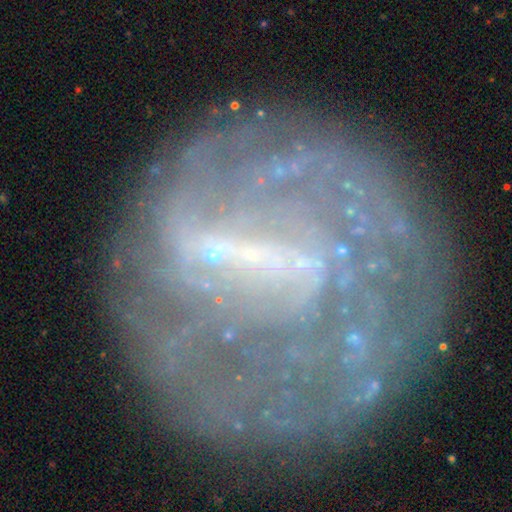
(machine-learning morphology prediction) Smooth or featured: featured or disk — 73% (smooth — 17%)
Edge-on disk: no — 96% (yes — 4%)
Bar: strong — 48% (weak — 35%)
Spiral arms: yes — 58% (no — 42%)
Bulge size: small — 43% (none — 39%)
Merging: none — 64% (minor disturbance — 17%)